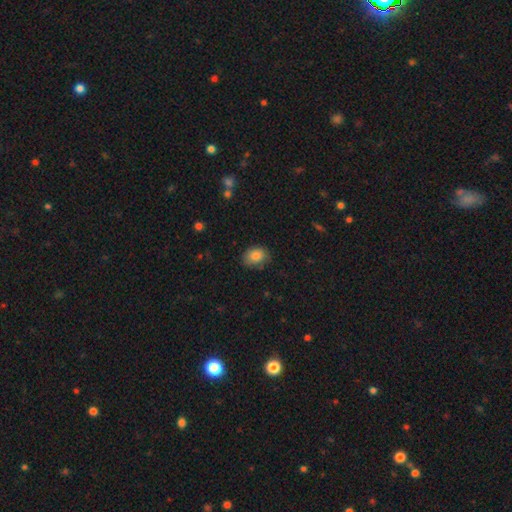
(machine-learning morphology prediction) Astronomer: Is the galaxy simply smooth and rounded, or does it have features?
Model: smooth — 85%.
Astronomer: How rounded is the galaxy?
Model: in between — 67%.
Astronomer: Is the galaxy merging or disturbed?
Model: none — 78%.